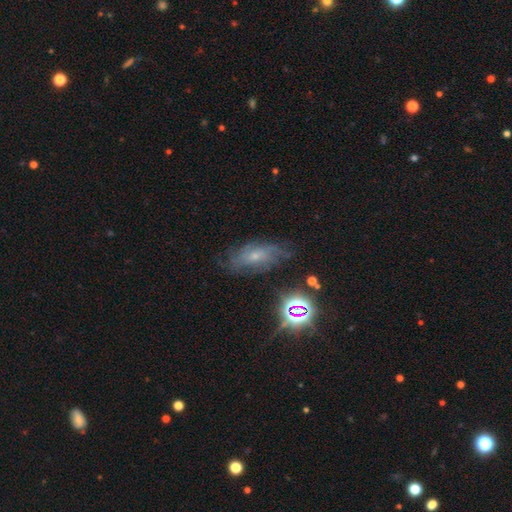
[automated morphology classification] A featured or disk galaxy (54%). Merging: none (67%).